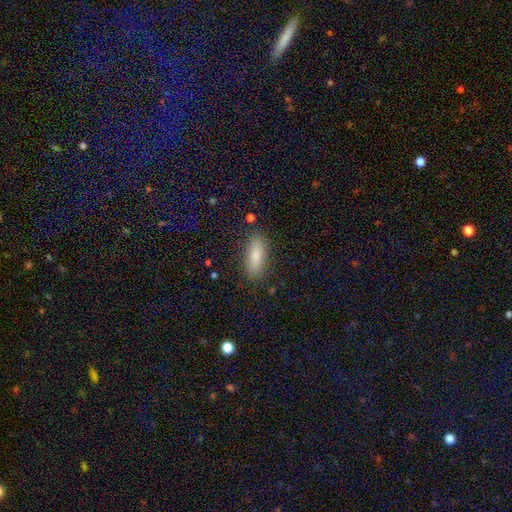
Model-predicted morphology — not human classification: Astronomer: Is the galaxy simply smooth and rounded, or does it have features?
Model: smooth — 83%.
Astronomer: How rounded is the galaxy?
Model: in between — 64%.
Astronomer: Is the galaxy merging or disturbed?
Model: none — 85%.